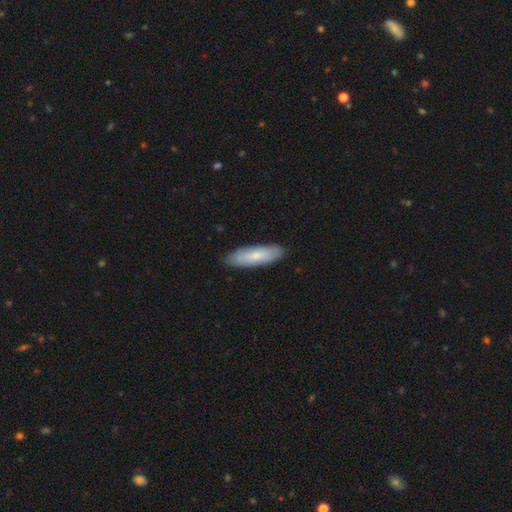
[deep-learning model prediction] Morphology: type=smooth (70%); roundness=cigar-shaped (51%); merging=none (87%).